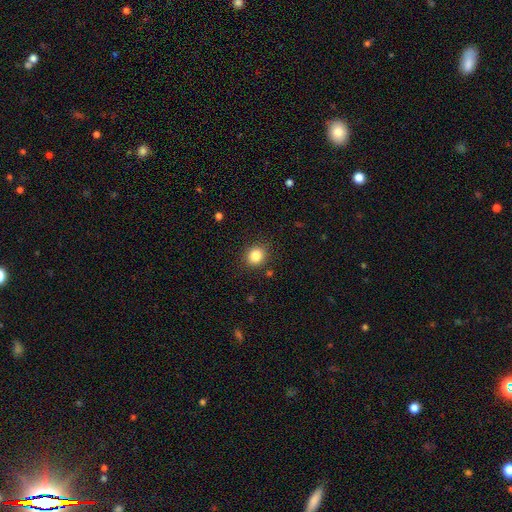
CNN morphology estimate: Smooth or featured?
  - smooth: 84% *
  - star or artifact: 11%
  - featured or disk: 5%
How rounded?
  - round: 79% *
  - in between: 21%
  - cigar-shaped: 1%
Merging?
  - none: 88% *
  - minor disturbance: 8%
  - major disturbance: 2%
  - merger: 1%